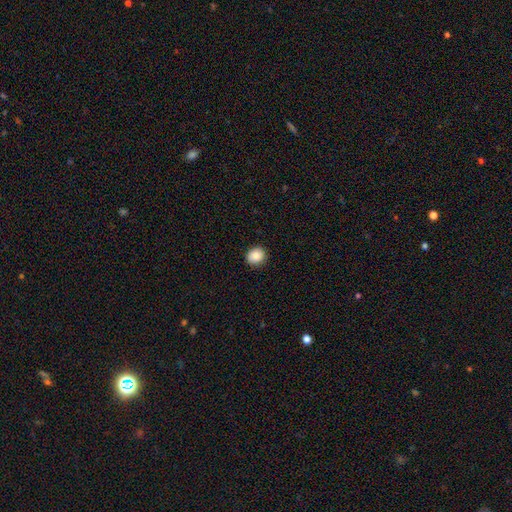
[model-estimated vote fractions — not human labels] Smooth or featured? Predicted: smooth (p=0.85). How rounded? Predicted: round (p=0.78). Merging? Predicted: none (p=0.90).